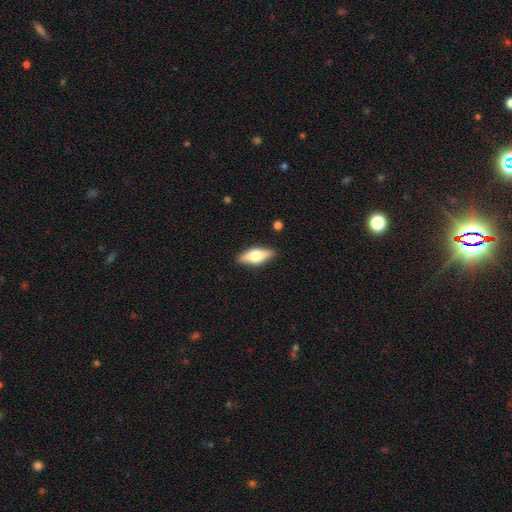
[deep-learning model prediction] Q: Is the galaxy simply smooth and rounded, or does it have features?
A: smooth — 59%.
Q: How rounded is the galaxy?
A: in between — 78%.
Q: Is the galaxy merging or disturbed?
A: none — 87%.